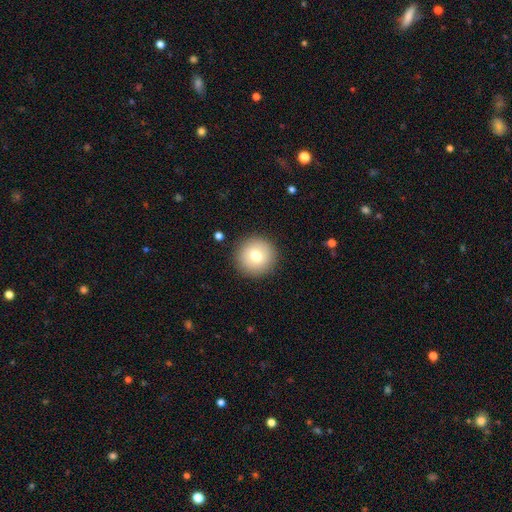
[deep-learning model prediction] Q: Smooth or featured?
A: smooth (76%); runner-up: featured or disk (15%)
Q: How rounded?
A: round (96%); runner-up: in between (3%)
Q: Merging?
A: none (91%); runner-up: minor disturbance (6%)